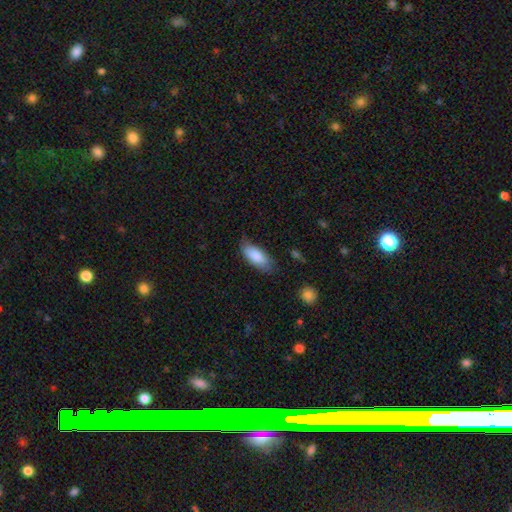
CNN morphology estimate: Q: Smooth or featured?
A: smooth (85%); runner-up: featured or disk (9%)
Q: How rounded?
A: in between (84%); runner-up: cigar-shaped (14%)
Q: Merging?
A: none (69%); runner-up: minor disturbance (24%)